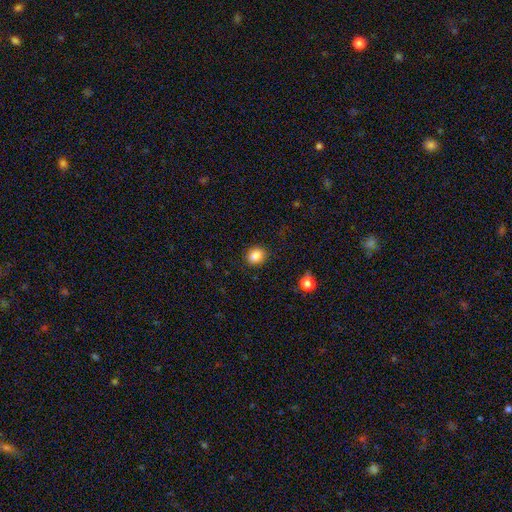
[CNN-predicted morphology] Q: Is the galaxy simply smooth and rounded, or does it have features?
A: smooth — 86%.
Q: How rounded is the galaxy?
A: round — 67%.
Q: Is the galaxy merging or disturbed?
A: none — 87%.